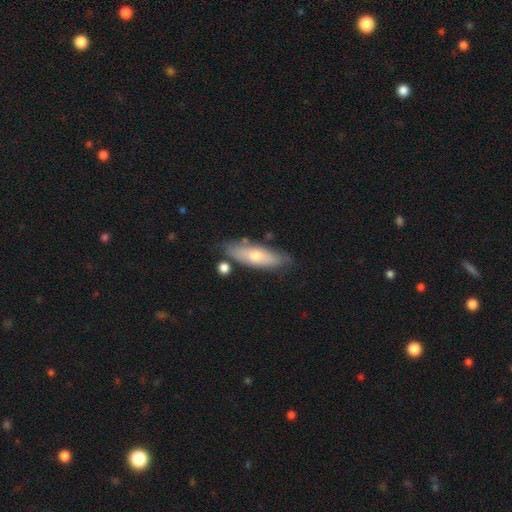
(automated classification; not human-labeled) A smooth galaxy with no disk features (56%) that is cigar-shaped (52%). Merging: none (76%).